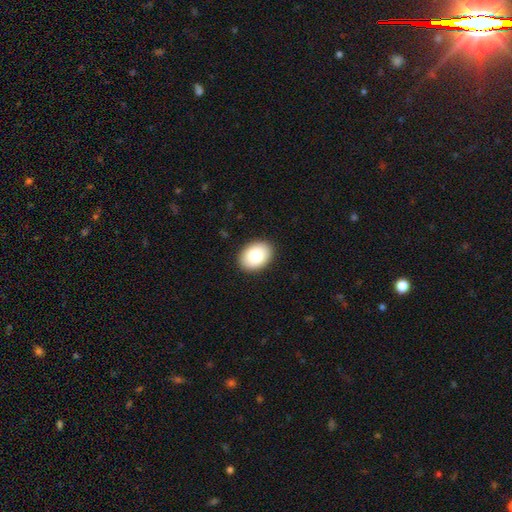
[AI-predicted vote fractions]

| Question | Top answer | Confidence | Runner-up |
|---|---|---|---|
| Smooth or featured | smooth | 84% | featured or disk (10%) |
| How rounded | in between | 76% | round (23%) |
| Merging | none | 90% | minor disturbance (7%) |